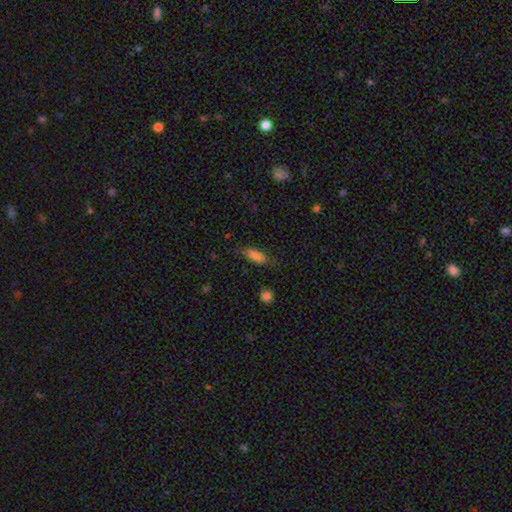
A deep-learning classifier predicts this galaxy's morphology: Smooth or featured: smooth — 81% (featured or disk — 10%)
How rounded: in between — 68% (cigar-shaped — 30%)
Merging: none — 70% (minor disturbance — 22%)